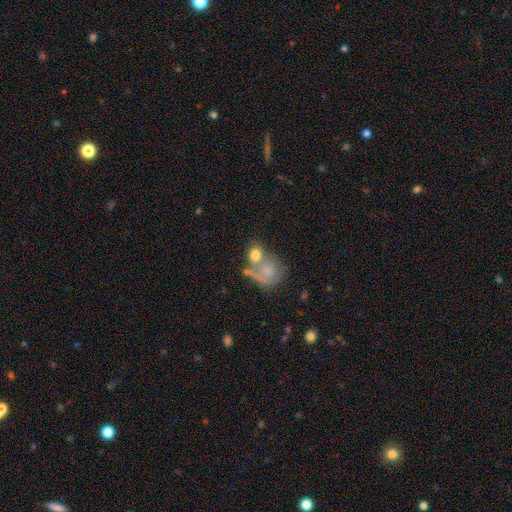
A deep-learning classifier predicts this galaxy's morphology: A smooth galaxy with no disk features (69%) that is round (63%). Merging: merger (44%).